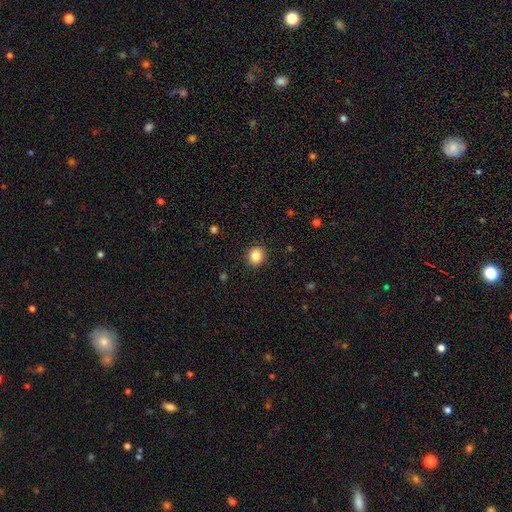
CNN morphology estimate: This appears to be a smooth galaxy with no disk features (85%) that is round (82%). Merging: none (91%).